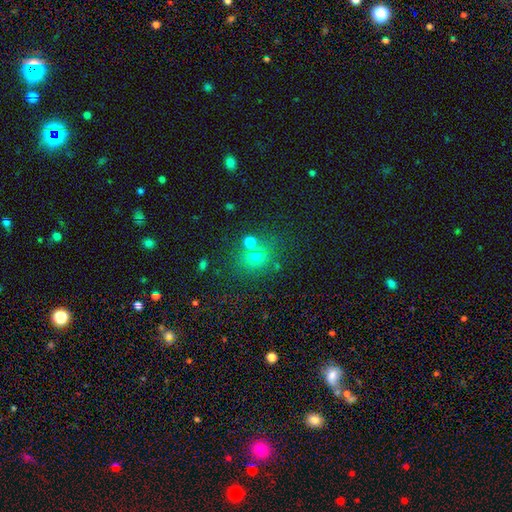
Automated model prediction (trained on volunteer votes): smooth_or_featured: smooth (p=0.66) [alt: star or artifact p=0.21]
how_rounded: round (p=0.70) [alt: in between p=0.28]
merging: none (p=0.60) [alt: merger p=0.24]